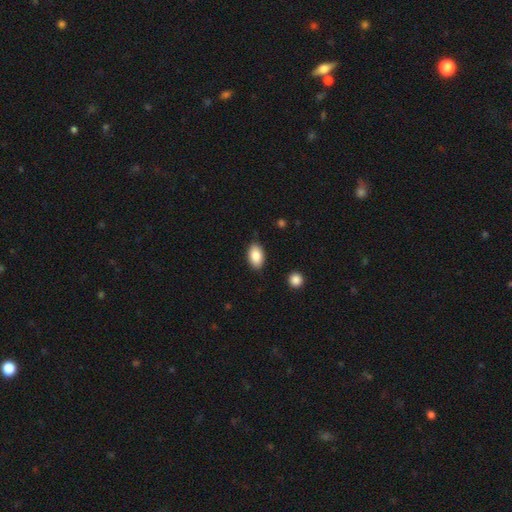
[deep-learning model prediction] Smooth or featured? smooth (86%)
How rounded? in between (92%)
Merging? none (86%)